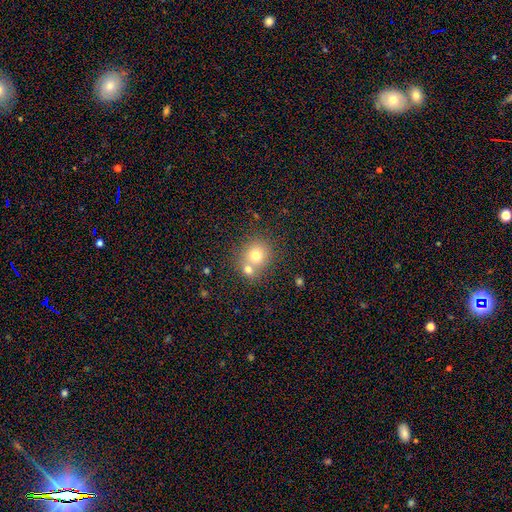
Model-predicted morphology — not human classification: Smooth or featured?
  - smooth: 72% *
  - featured or disk: 15%
  - star or artifact: 13%
How rounded?
  - round: 82% *
  - in between: 17%
  - cigar-shaped: 1%
Merging?
  - none: 47% *
  - merger: 44%
  - minor disturbance: 7%
  - major disturbance: 2%